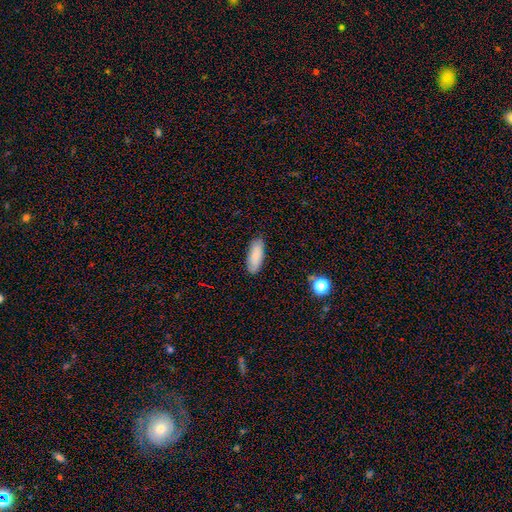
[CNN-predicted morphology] Smooth or featured: smooth — 85% (featured or disk — 8%)
How rounded: in between — 75% (cigar-shaped — 23%)
Merging: none — 82% (minor disturbance — 14%)